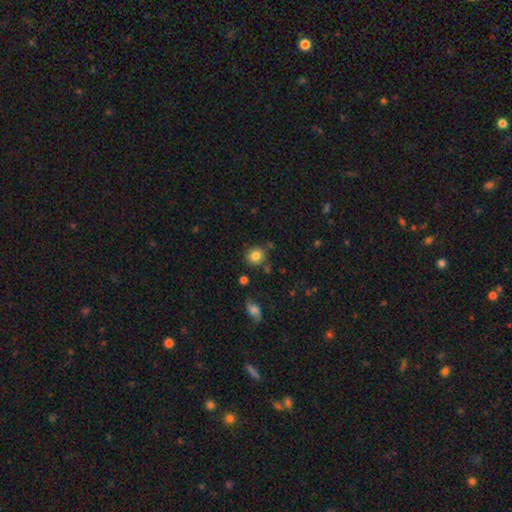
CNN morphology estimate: Q: Smooth or featured?
A: smooth (83%); runner-up: star or artifact (10%)
Q: How rounded?
A: round (81%); runner-up: in between (18%)
Q: Merging?
A: none (80%); runner-up: minor disturbance (12%)